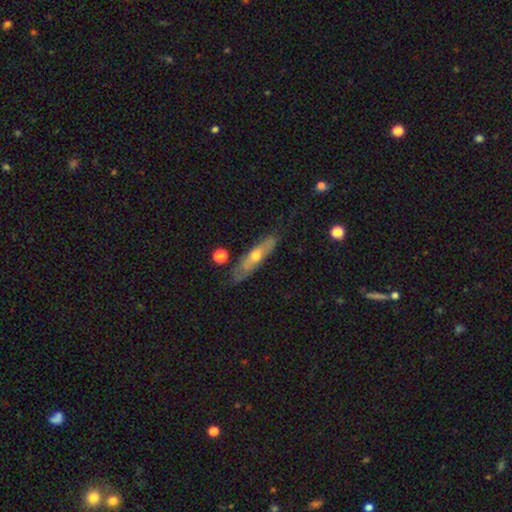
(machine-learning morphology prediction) smooth_or_featured: featured or disk (p=0.55) [alt: smooth p=0.39]
disk_edge_on: yes (p=0.57) [alt: no p=0.43]
merging: none (p=0.74) [alt: minor disturbance p=0.19]